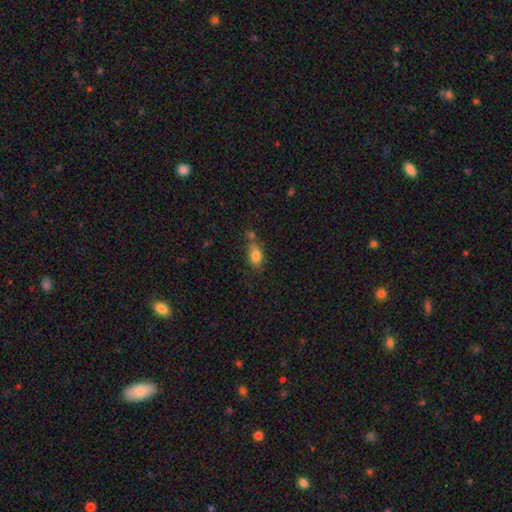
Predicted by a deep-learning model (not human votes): A smooth galaxy with no disk features (81%) that is in between round and cigar-shaped (79%).

Vote fractions:
- Smooth or featured? smooth: 81% / featured or disk: 10% / star or artifact: 10%
- How rounded? in between: 79% / round: 17% / cigar-shaped: 4%
- Merging? none: 52% / minor disturbance: 21% / merger: 21% / major disturbance: 7%